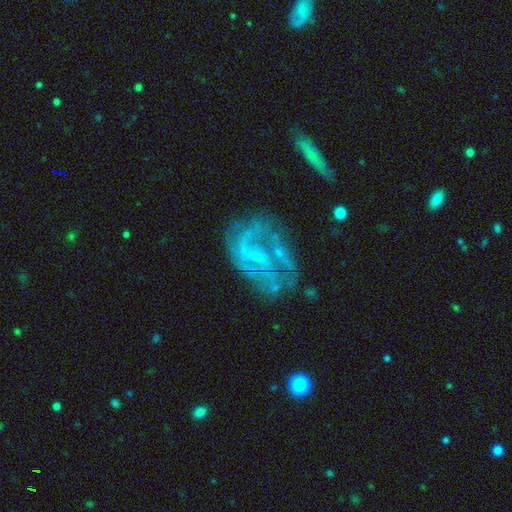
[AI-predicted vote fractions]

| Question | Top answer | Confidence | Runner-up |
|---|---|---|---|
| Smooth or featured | featured or disk | 75% | smooth (15%) |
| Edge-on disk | no | 97% | yes (3%) |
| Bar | no | 44% | weak (41%) |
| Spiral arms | yes | 69% | no (31%) |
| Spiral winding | loose | 40% | medium (38%) |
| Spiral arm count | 2 | 39% | can't tell (31%) |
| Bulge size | small | 45% | none (43%) |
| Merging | none | 45% | major disturbance (28%) |